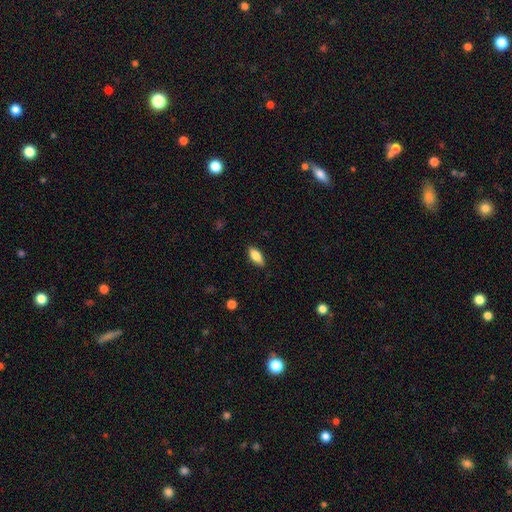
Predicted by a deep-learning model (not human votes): smooth_or_featured: smooth (p=0.82) [alt: featured or disk p=0.12]
how_rounded: in between (p=0.83) [alt: cigar-shaped p=0.14]
merging: none (p=0.87) [alt: minor disturbance p=0.10]